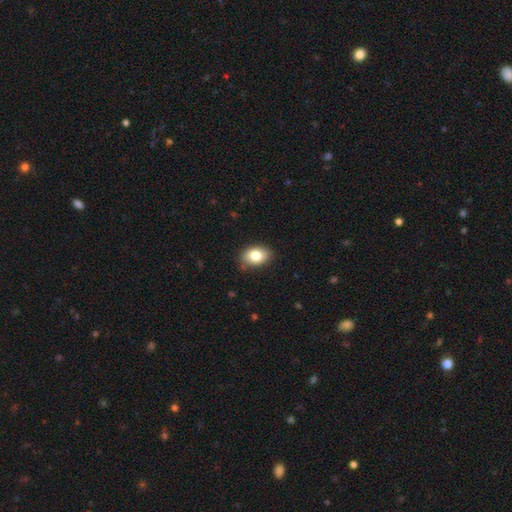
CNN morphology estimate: Smooth or featured: smooth — 82% (featured or disk — 10%)
How rounded: in between — 85% (round — 14%)
Merging: none — 85% (minor disturbance — 12%)